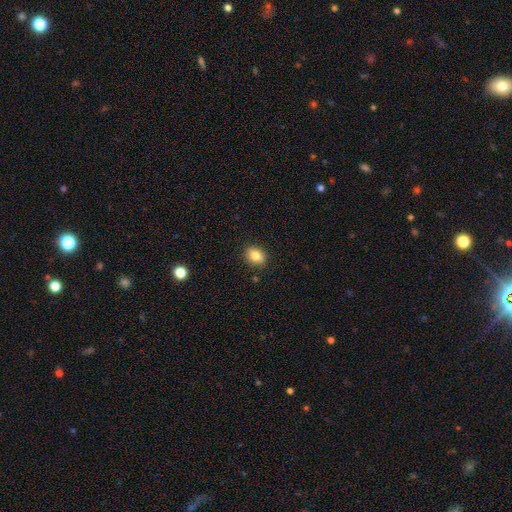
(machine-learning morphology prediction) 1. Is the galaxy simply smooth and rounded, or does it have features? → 82% smooth, 9% star or artifact, 8% featured or disk.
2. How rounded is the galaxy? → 60% in between, 39% round, 1% cigar-shaped.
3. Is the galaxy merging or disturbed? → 88% none, 9% minor disturbance, 2% major disturbance, 1% merger.